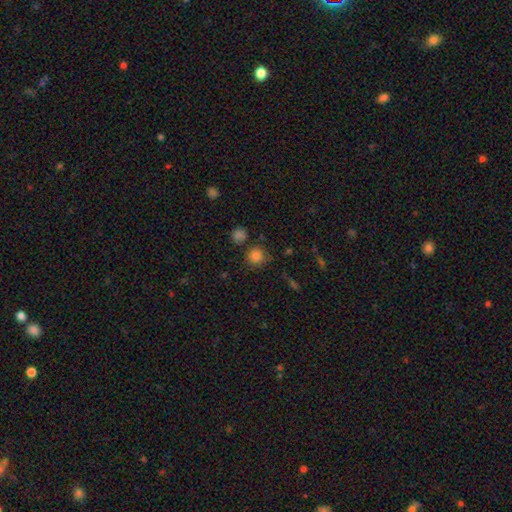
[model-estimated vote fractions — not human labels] Smooth or featured? smooth (82%)
How rounded? round (91%)
Merging? none (77%)